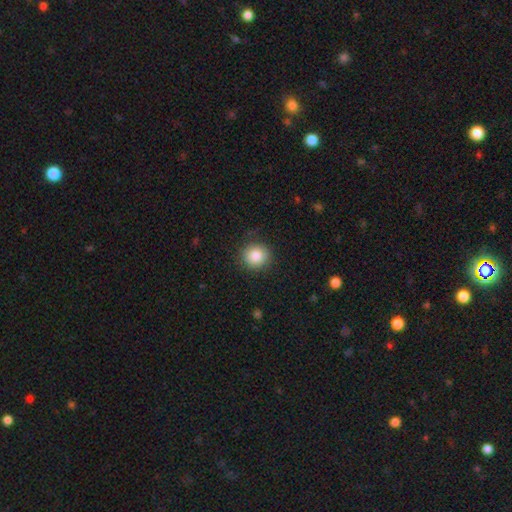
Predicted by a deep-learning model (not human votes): A smooth galaxy with no disk features (86%) that is round (88%).

Vote fractions:
- Smooth or featured? smooth: 86% / star or artifact: 9% / featured or disk: 5%
- How rounded? round: 88% / in between: 11% / cigar-shaped: 1%
- Merging? none: 87% / minor disturbance: 9% / major disturbance: 3% / merger: 1%